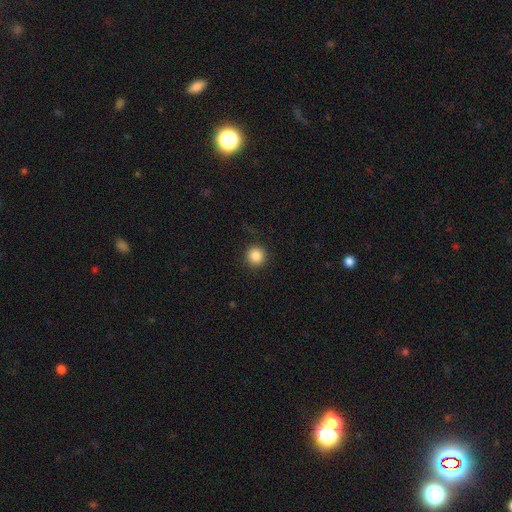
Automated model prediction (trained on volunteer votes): Morphology: type=smooth (86%); roundness=round (95%); merging=none (90%).